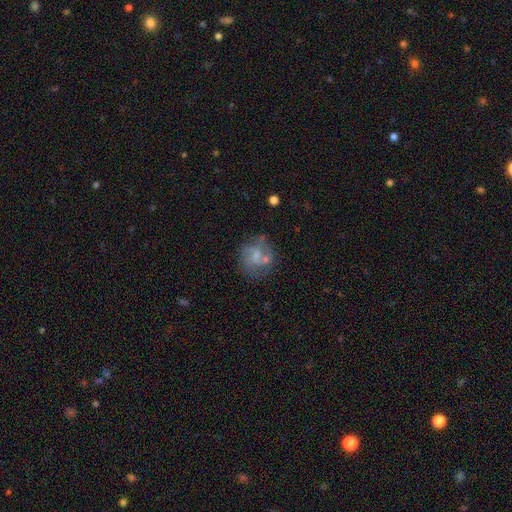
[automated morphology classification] smooth-or-featured: featured or disk: 57% | smooth: 31% | star or artifact: 12%
  disk-edge-on: no: 97% | yes: 3%
    bar: no: 57% | weak: 35% | strong: 8%
    has-spiral-arms: yes: 62% | no: 38%
    bulge-size: small: 39% | none: 30% | moderate: 26% | large: 3% | dominant: 1%
  merging: none: 58% | minor disturbance: 18% | major disturbance: 13% | merger: 11%